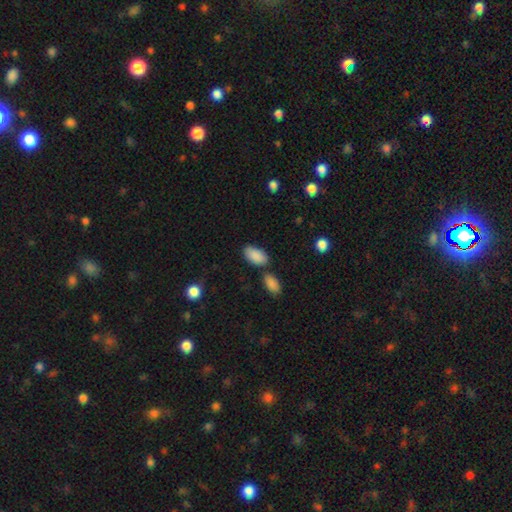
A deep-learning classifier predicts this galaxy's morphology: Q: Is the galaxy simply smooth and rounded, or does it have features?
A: smooth — 89%.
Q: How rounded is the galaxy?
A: in between — 95%.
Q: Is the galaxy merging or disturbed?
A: none — 71%.